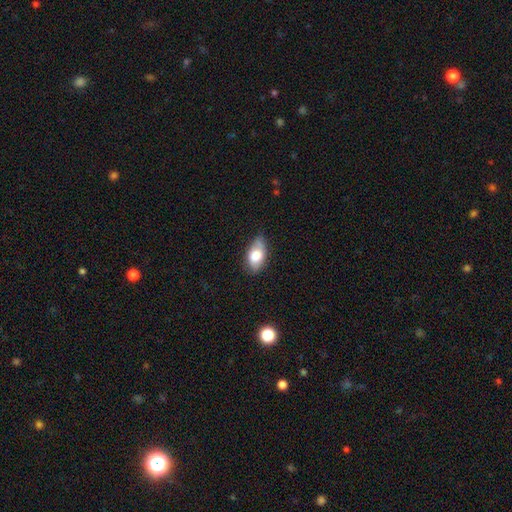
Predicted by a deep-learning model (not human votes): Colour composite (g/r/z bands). It shows a smooth galaxy with no disk features (72%) that is in between round and cigar-shaped (90%). Merging: none (68%).